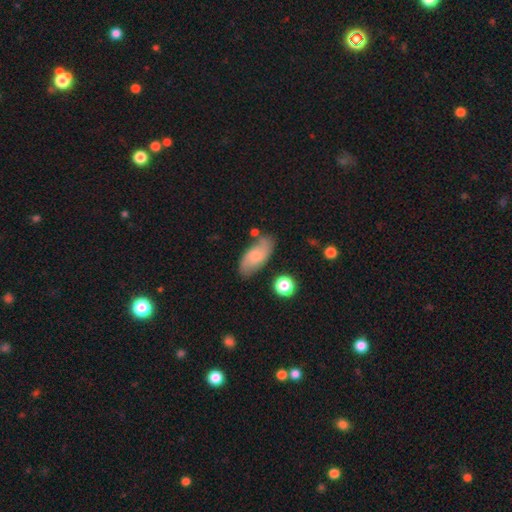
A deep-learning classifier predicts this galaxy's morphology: Q: Smooth or featured?
A: smooth (61%); runner-up: featured or disk (32%)
Q: How rounded?
A: in between (88%); runner-up: cigar-shaped (9%)
Q: Merging?
A: none (69%); runner-up: minor disturbance (19%)